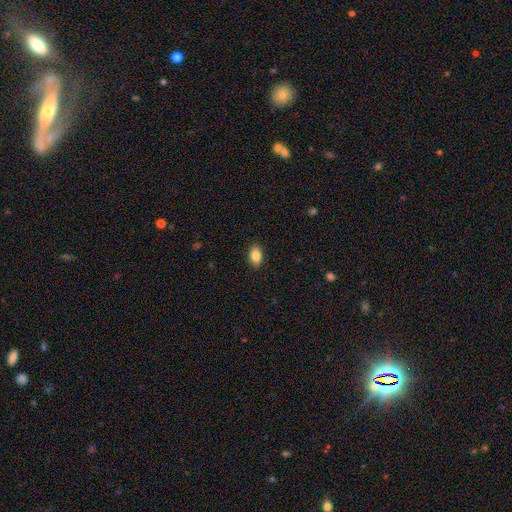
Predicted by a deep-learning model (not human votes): Q: Smooth or featured?
A: smooth (87%); runner-up: star or artifact (8%)
Q: How rounded?
A: in between (89%); runner-up: round (9%)
Q: Merging?
A: none (88%); runner-up: minor disturbance (9%)